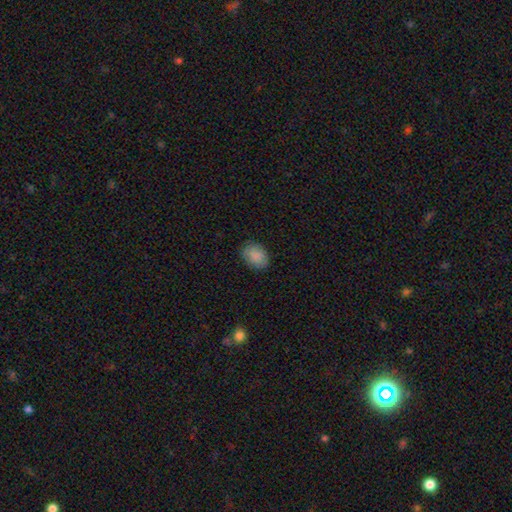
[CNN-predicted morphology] smooth 87%, star or artifact 7%, featured or disk 6%. Down the decision tree: how rounded — in between (67%); merging — none (84%).